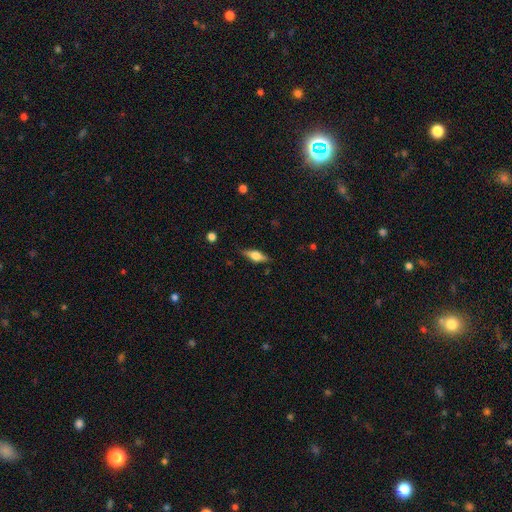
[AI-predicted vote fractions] This is possibly a featured or disk galaxy (54%). It is clearly viewed edge-on (94%). Edge-on bulge: clearly rounded (89%). Merging: clearly none (84%).